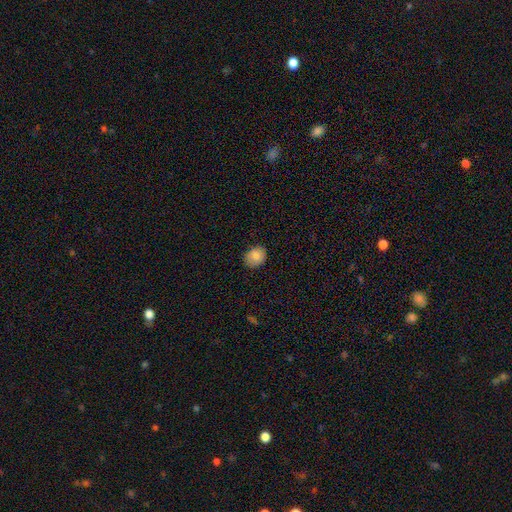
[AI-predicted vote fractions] Overall: smooth (84%). How rounded: in between (53%; round 46%). Merging: none (83%).